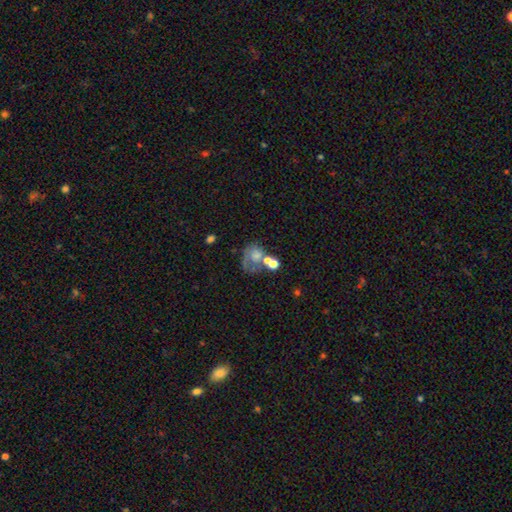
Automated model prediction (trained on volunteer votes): This is possibly a smooth galaxy (50%). Merging: marginally merger (31%).